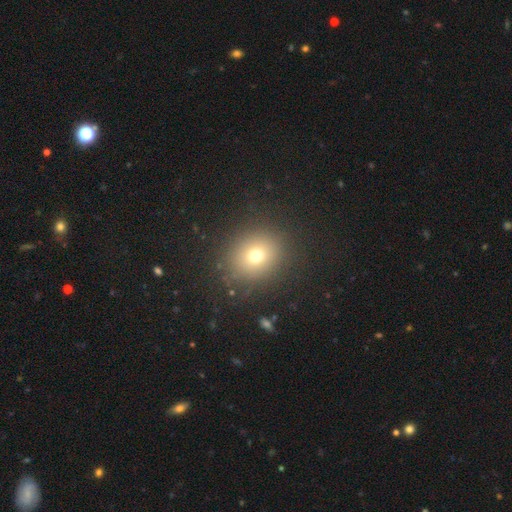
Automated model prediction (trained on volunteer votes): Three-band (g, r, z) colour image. It shows a smooth galaxy with no disk features (71%) that is round (75%). Merging: none (86%).